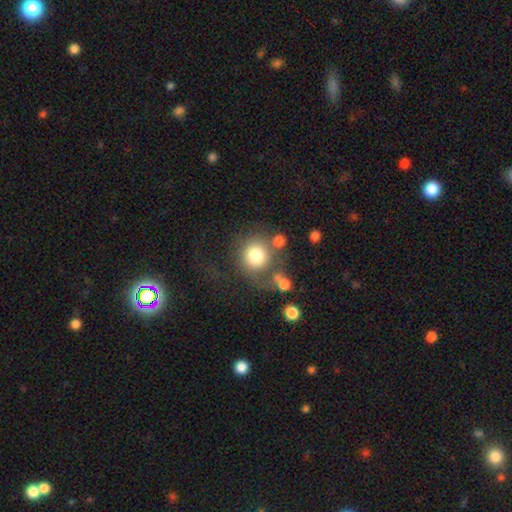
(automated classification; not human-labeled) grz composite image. It shows a smooth galaxy with no disk features (77%) that is round (89%). Merging: none (56%).